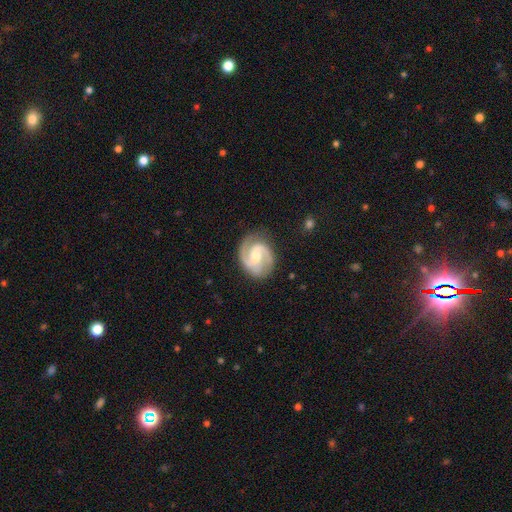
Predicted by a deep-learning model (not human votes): A featured or disk galaxy (90%) with a weak bar (50%), 2 (86%) medium (54%) spiral arms (98%) and a moderate central bulge (58%).

Vote fractions:
- Smooth or featured? featured or disk: 90% / smooth: 6% / star or artifact: 4%
- Edge-on disk? no: 98% / yes: 2%
- Bar? weak: 50% / no: 34% / strong: 16%
- Spiral arms? yes: 98% / no: 2%
- Spiral winding? medium: 54% / tight: 34% / loose: 12%
- Spiral arm count? 2: 86% / 3: 6% / can't tell: 3% / 1: 2% / 4: 1% / more than 4: 1%
- Bulge size? moderate: 58% / small: 36% / large: 3% / none: 2% / dominant: 1%
- Merging? none: 80% / minor disturbance: 14% / major disturbance: 5% / merger: 1%